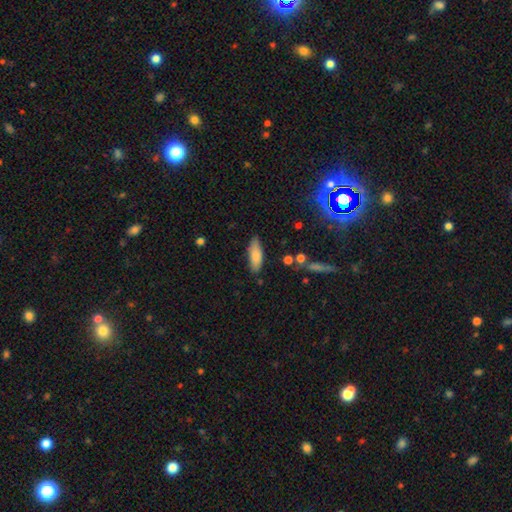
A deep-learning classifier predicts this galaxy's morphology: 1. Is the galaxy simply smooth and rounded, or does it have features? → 80% smooth, 13% featured or disk, 7% star or artifact.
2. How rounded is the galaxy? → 64% in between, 34% cigar-shaped, 2% round.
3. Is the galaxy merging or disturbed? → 80% none, 15% minor disturbance, 3% major disturbance, 3% merger.